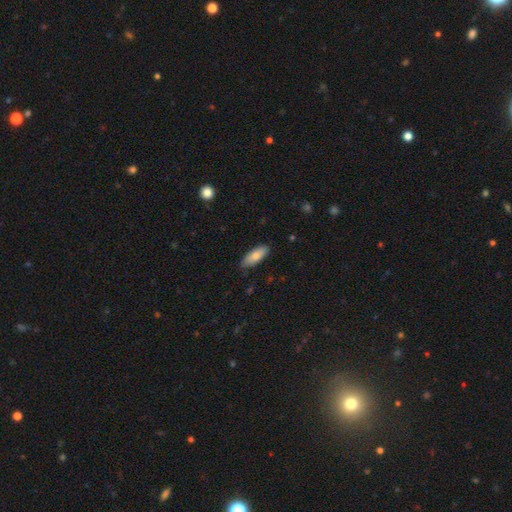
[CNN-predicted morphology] Smooth or featured?
  - smooth: 78% *
  - featured or disk: 16%
  - star or artifact: 6%
How rounded?
  - in between: 71% *
  - cigar-shaped: 27%
  - round: 2%
Merging?
  - none: 85% *
  - minor disturbance: 12%
  - major disturbance: 2%
  - merger: 1%